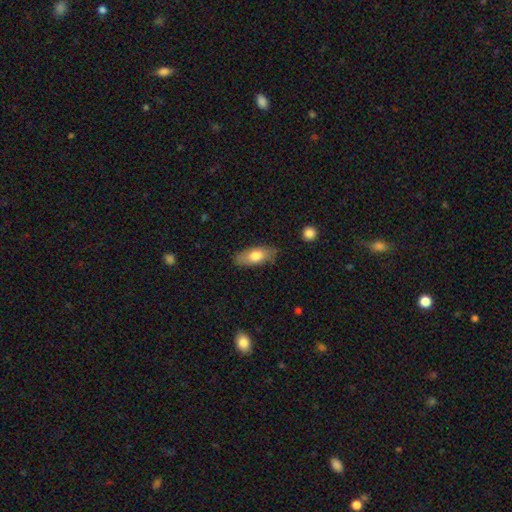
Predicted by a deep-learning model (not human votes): A smooth galaxy with no disk features (72%) that is in between round and cigar-shaped (80%).

Vote fractions:
- Smooth or featured? smooth: 72% / featured or disk: 22% / star or artifact: 6%
- How rounded? in between: 80% / cigar-shaped: 16% / round: 3%
- Merging? none: 82% / minor disturbance: 13% / major disturbance: 3% / merger: 1%